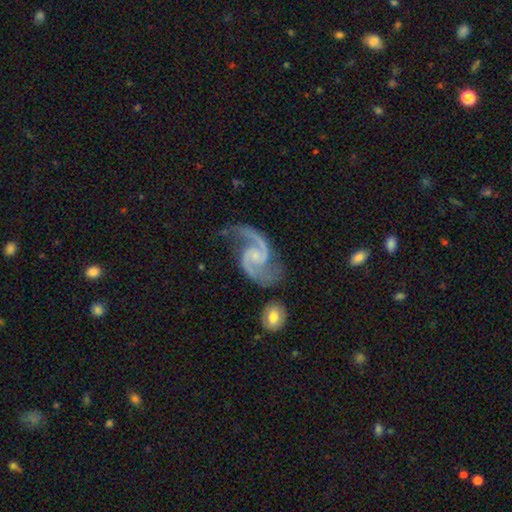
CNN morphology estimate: A featured or disk galaxy (94%) with no bar (54%), 2 (94%) medium (57%) spiral arms (98%) and a small central bulge (69%).

Vote fractions:
- Smooth or featured? featured or disk: 94% / star or artifact: 4% / smooth: 2%
- Edge-on disk? no: 98% / yes: 2%
- Bar? no: 54% / weak: 37% / strong: 9%
- Spiral arms? yes: 98% / no: 2%
- Spiral winding? medium: 57% / loose: 33% / tight: 10%
- Spiral arm count? 2: 94% / 1: 1% / can't tell: 1% / 3: 1% / 4: 1% / more than 4: 1%
- Bulge size? small: 69% / moderate: 16% / none: 13% / large: 1% / dominant: 1%
- Merging? none: 65% / minor disturbance: 19% / major disturbance: 10% / merger: 5%